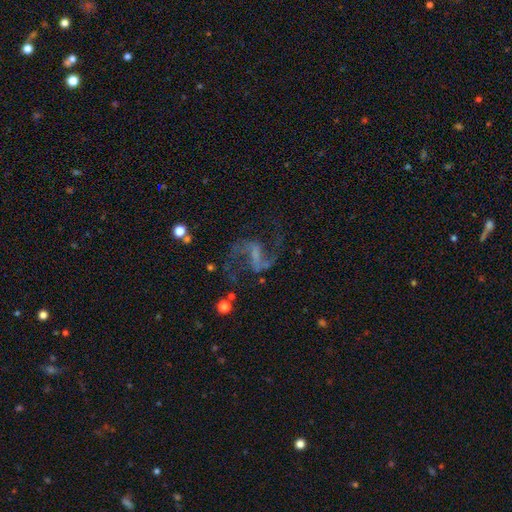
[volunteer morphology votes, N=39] smooth-or-featured: featured or disk: 92% | star or artifact: 5% | smooth: 3%
  disk-edge-on: no: 94% | yes: 6%
    bar: weak: 47% | strong: 38% | no: 15%
    has-spiral-arms: yes: 97% | no: 3%
      spiral-winding: loose: 58% | medium: 42% | tight: 0%
      spiral-arm-count: 2: 94% | 1: 3% | can't tell: 3% | 3: 0% | 4: 0% | more than 4: 0%
    bulge-size: none: 50% | small: 32% | moderate: 15% | large: 3% | dominant: 0%
  merging: none: 68% | minor disturbance: 19% | major disturbance: 8% | merger: 5%